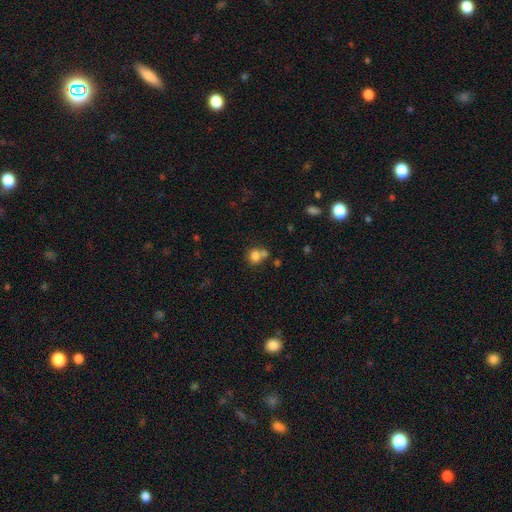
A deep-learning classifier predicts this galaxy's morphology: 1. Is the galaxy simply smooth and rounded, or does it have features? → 78% smooth, 12% star or artifact, 10% featured or disk.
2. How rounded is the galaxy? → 71% round, 28% in between, 1% cigar-shaped.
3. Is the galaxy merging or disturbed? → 44% none, 42% merger, 10% minor disturbance, 5% major disturbance.